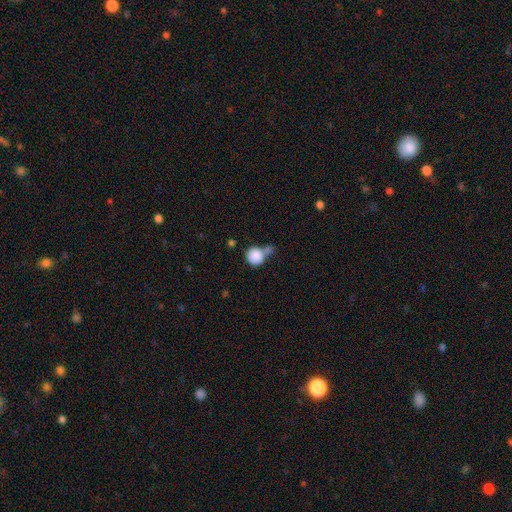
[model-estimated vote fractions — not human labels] smooth 86%, star or artifact 8%, featured or disk 5%. Down the decision tree: how rounded — round (89%); merging — none (45%).